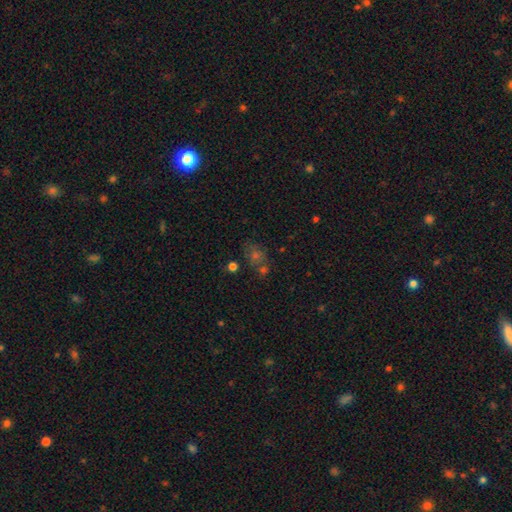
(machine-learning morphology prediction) smooth-or-featured: smooth: 44% | star or artifact: 39% | featured or disk: 17%
  merging: none: 62% | merger: 17% | minor disturbance: 14% | major disturbance: 8%